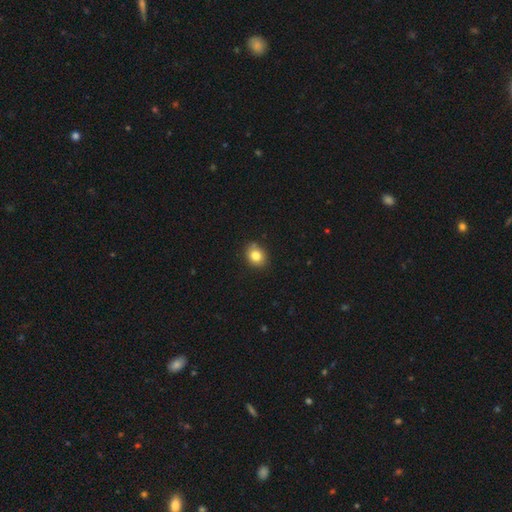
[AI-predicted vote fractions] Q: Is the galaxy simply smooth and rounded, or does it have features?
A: smooth — 82%.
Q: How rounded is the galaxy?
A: round — 51%.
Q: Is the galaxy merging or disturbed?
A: none — 82%.